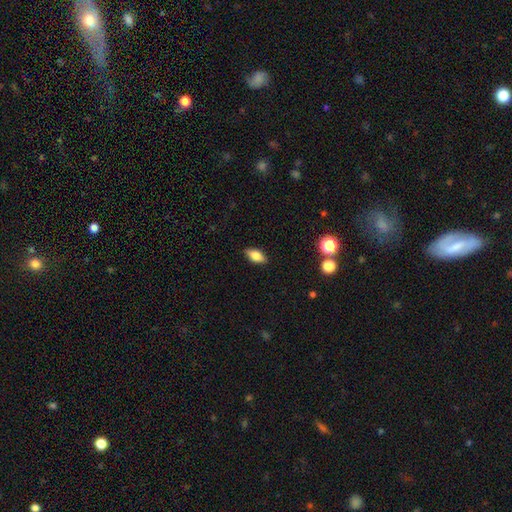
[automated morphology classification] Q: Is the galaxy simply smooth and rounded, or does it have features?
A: smooth — 74%.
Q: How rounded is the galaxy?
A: in between — 85%.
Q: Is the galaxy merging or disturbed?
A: none — 87%.